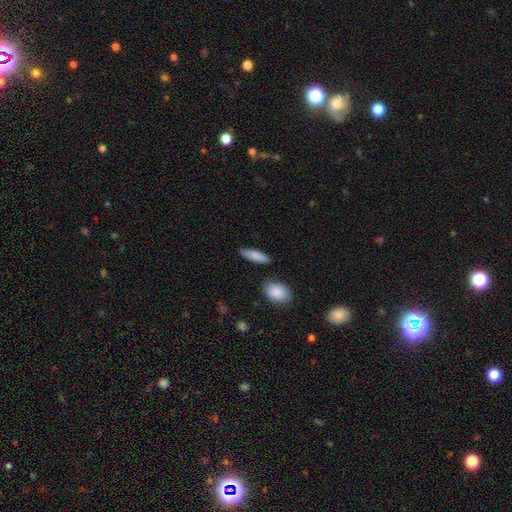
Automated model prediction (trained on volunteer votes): smooth 81%, featured or disk 13%, star or artifact 6%. Down the decision tree: how rounded — cigar-shaped (56%); merging — none (84%).